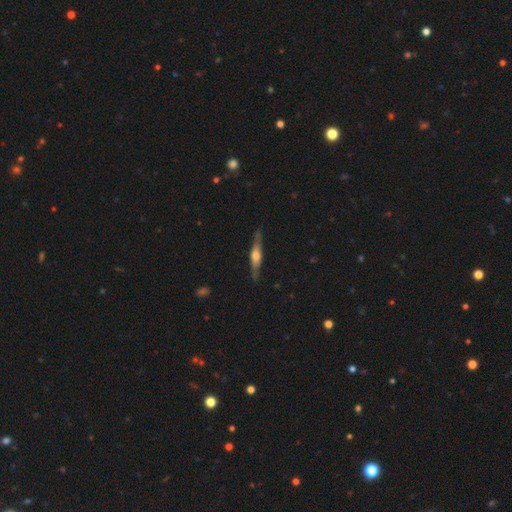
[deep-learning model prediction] This appears to be a featured or disk galaxy (66%) viewed edge-on (94%) with a rounded central bulge (81%). Merging: none (82%).